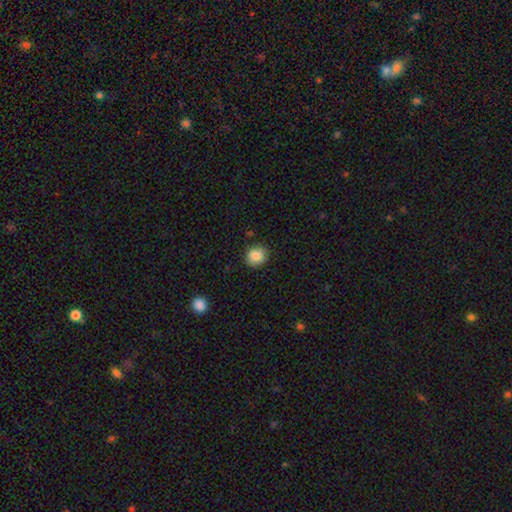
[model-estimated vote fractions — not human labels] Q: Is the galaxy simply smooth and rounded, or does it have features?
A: smooth — 86%.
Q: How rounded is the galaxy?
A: round — 83%.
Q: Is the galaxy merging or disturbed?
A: none — 87%.